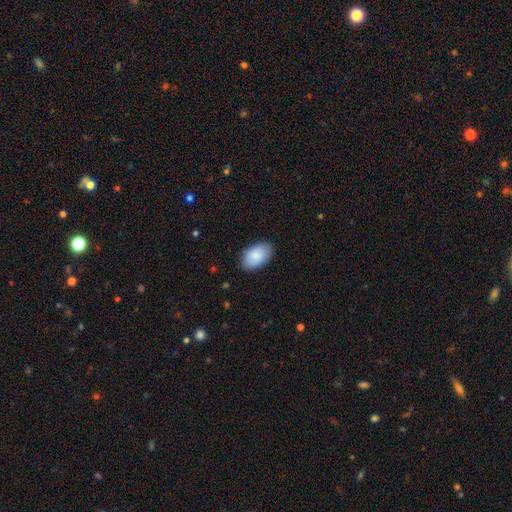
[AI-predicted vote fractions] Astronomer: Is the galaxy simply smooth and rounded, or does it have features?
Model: smooth — 87%.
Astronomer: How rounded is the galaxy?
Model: in between — 94%.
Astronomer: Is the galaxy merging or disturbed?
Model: none — 86%.